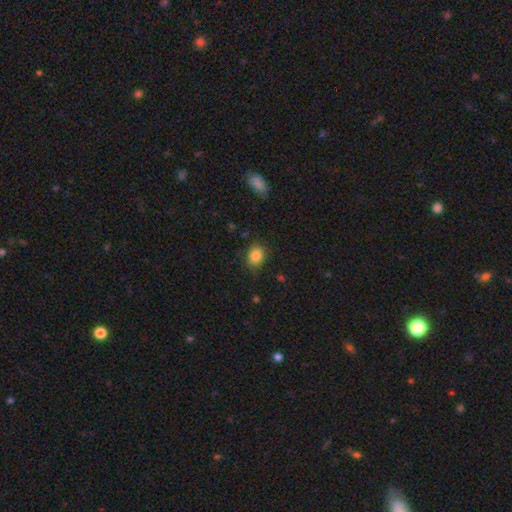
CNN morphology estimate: Q: Smooth or featured?
A: smooth (86%); runner-up: star or artifact (9%)
Q: How rounded?
A: in between (50%); runner-up: round (49%)
Q: Merging?
A: none (82%); runner-up: minor disturbance (13%)